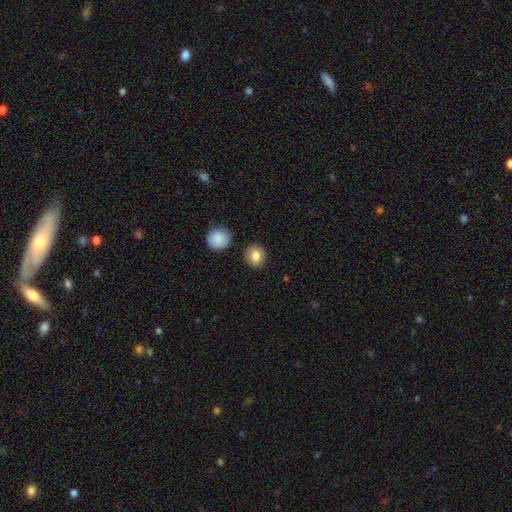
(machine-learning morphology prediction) Smooth or featured? smooth (84%)
How rounded? round (79%)
Merging? none (86%)